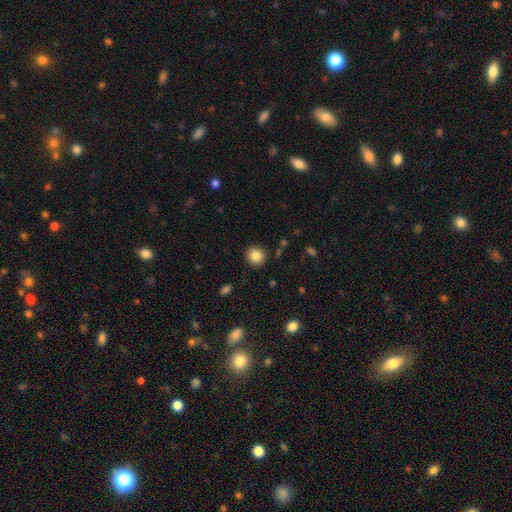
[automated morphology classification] This is clearly a smooth galaxy (84%). How rounded: clearly round (93%). Merging: clearly none (91%).